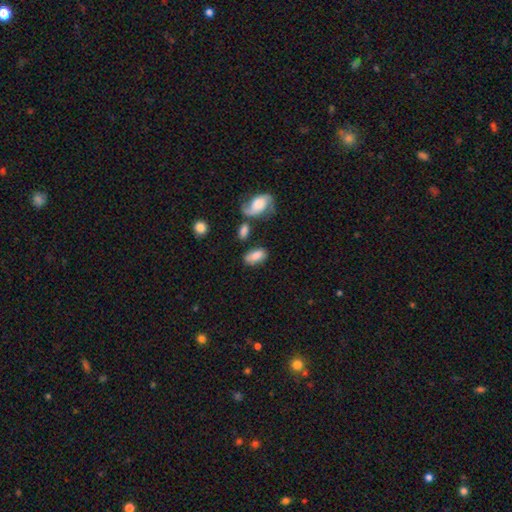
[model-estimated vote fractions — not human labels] This appears to be a smooth galaxy with no disk features (75%) that is in between round and cigar-shaped (91%). Merging: none (60%).